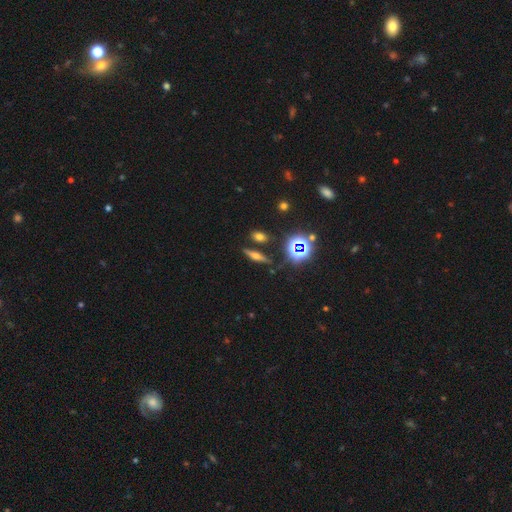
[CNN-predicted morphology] type=featured or disk (44%); merging=none (81%).